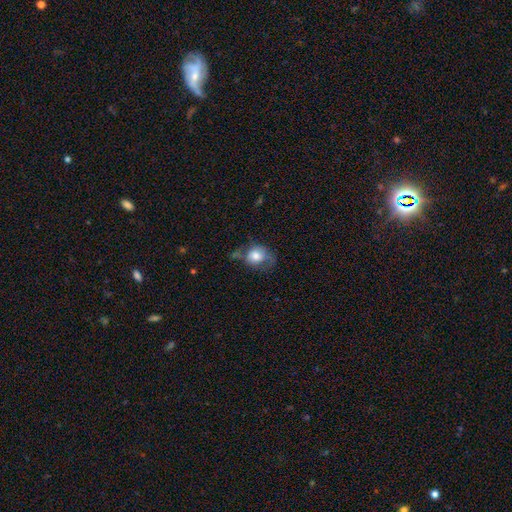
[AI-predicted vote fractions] Smooth or featured: smooth — 68% (featured or disk — 24%)
How rounded: round — 53% (in between — 46%)
Merging: none — 42% (minor disturbance — 30%)